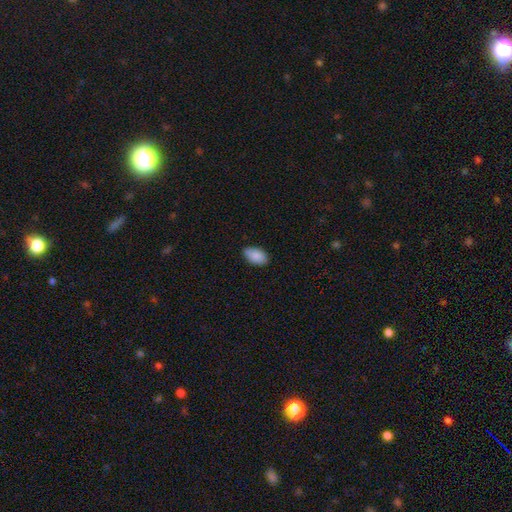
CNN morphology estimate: This appears to be a smooth galaxy with no disk features (89%) that is in between round and cigar-shaped (93%). Merging: none (80%).